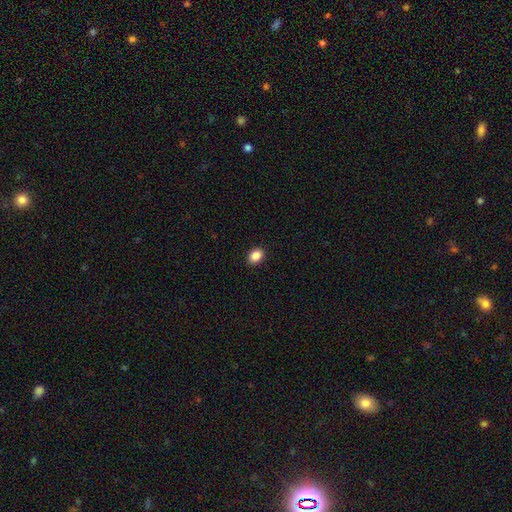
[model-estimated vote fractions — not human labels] smooth_or_featured: smooth (p=0.88) [alt: star or artifact p=0.09]
how_rounded: in between (p=0.71) [alt: round p=0.28]
merging: none (p=0.91) [alt: minor disturbance p=0.06]